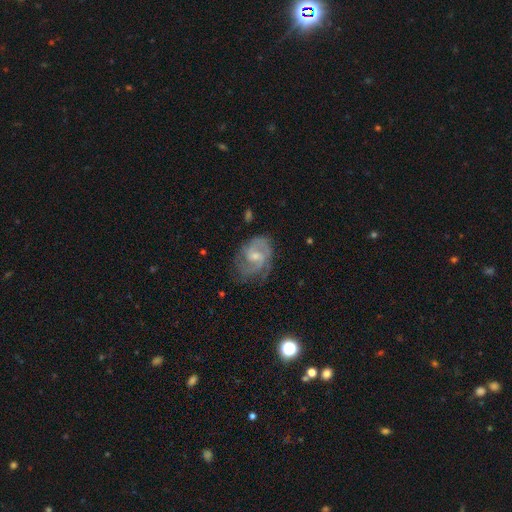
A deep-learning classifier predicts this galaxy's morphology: type=featured or disk (83%); edge-on=no (98%); bar=weak (50%); spiral arms=yes (95%); winding=medium (47%); arm count=2 (50%); bulge=small (52%); merging=none (61%).